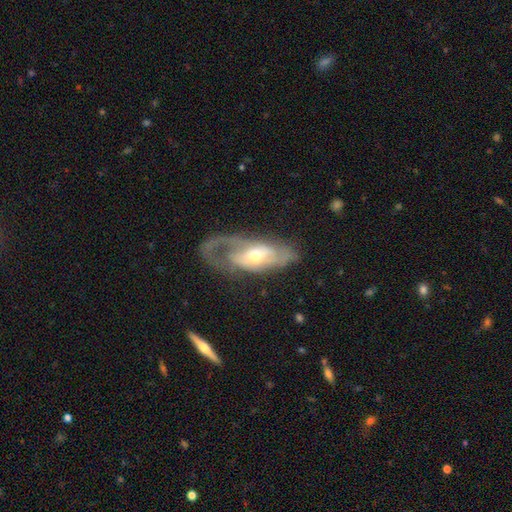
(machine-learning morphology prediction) Smooth or featured? featured or disk (76%)
Edge-on disk? no (89%)
Bar? no (56%)
Spiral arms? yes (79%)
Spiral winding? medium (40%)
Spiral arm count? 2 (39%)
Bulge size? moderate (55%)
Merging? none (45%)